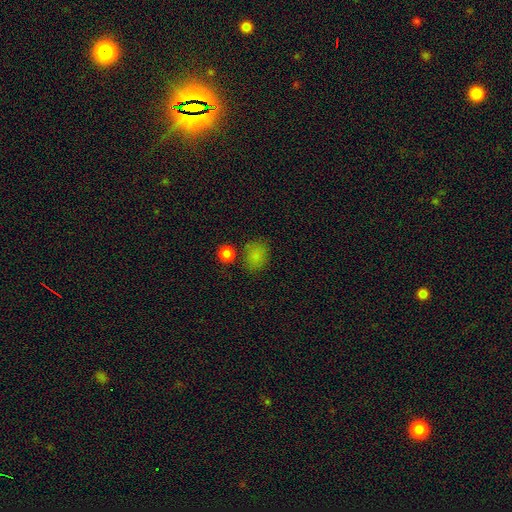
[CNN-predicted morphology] Overall: smooth (81%). How rounded: in between (54%; round 45%). Merging: none (68%).